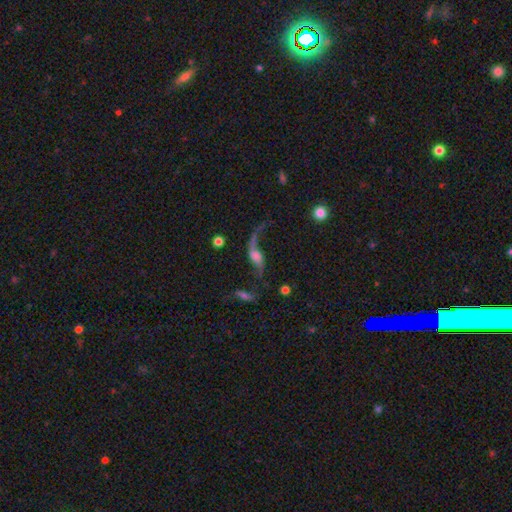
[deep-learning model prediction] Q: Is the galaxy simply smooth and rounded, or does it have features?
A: featured or disk — 79%.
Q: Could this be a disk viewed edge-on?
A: no — 91%.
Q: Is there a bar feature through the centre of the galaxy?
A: no — 56%.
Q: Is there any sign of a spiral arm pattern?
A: yes — 91%.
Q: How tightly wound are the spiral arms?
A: loose — 94%.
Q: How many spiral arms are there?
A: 2 — 83%.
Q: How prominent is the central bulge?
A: moderate — 27%.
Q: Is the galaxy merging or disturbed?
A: none — 45%.